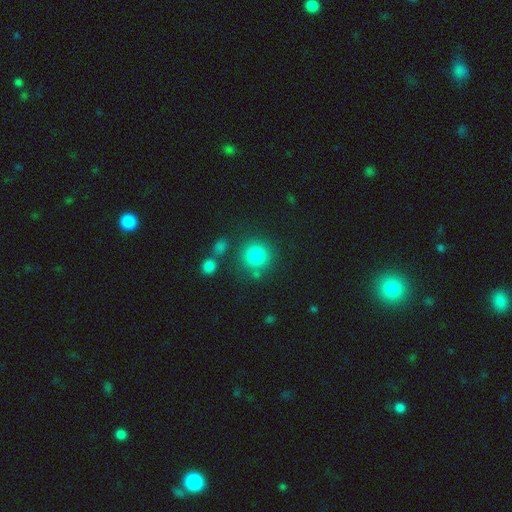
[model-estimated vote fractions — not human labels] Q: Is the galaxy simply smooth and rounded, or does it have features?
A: smooth — 83%.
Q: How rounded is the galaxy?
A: round — 91%.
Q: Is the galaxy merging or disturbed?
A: none — 76%.